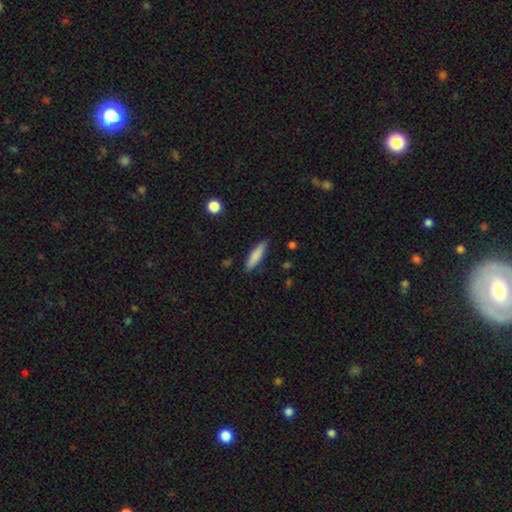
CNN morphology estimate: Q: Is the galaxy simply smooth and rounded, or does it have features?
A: smooth — 82%.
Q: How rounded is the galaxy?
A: cigar-shaped — 71%.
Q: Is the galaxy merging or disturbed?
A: none — 85%.